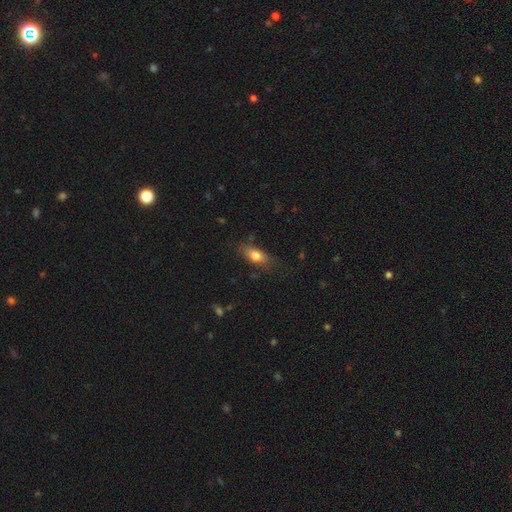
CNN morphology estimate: Smooth or featured?
  - smooth: 78% *
  - featured or disk: 14%
  - star or artifact: 8%
How rounded?
  - in between: 80% *
  - cigar-shaped: 14%
  - round: 5%
Merging?
  - none: 72% *
  - minor disturbance: 20%
  - major disturbance: 6%
  - merger: 2%